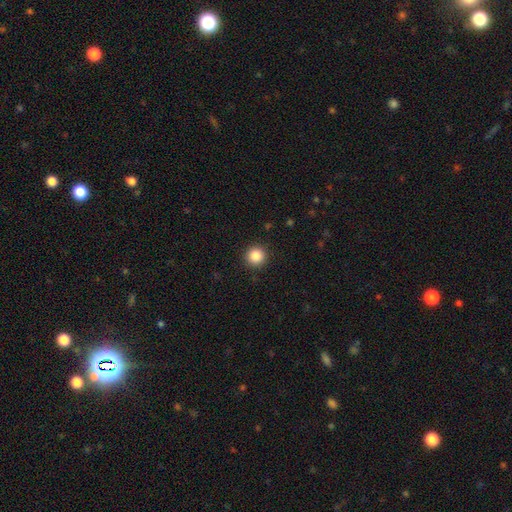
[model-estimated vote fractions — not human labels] smooth 86%, star or artifact 10%, featured or disk 4%. Down the decision tree: how rounded — round (95%); merging — none (92%).